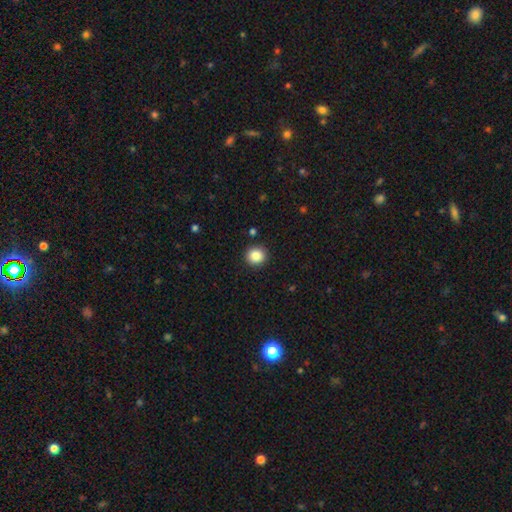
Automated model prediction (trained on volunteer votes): Overall: smooth (86%). How rounded: round (91%). Merging: none (92%).